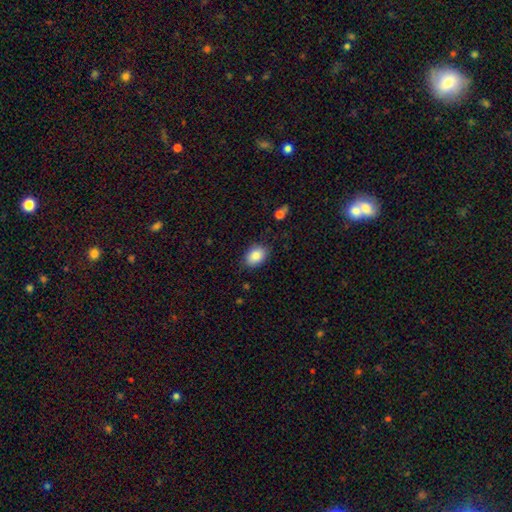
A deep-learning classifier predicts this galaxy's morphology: A smooth galaxy with no disk features (87%) that is in between round and cigar-shaped (79%). Merging: none (83%).